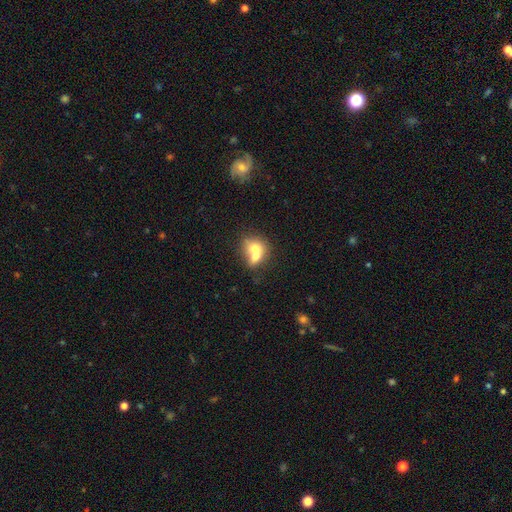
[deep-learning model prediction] Smooth or featured? Predicted: smooth (p=0.66). How rounded? Predicted: round (p=0.55). Merging? Predicted: merger (p=0.68).